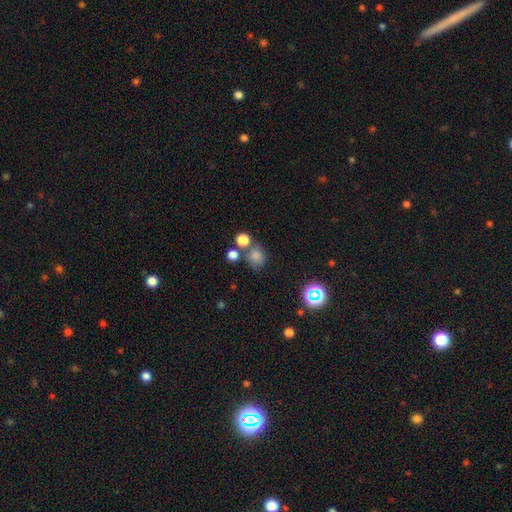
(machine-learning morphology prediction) A smooth galaxy with no disk features (75%) that is round (72%).

Vote fractions:
- Smooth or featured? smooth: 75% / star or artifact: 16% / featured or disk: 9%
- How rounded? round: 72% / in between: 27% / cigar-shaped: 1%
- Merging? none: 54% / merger: 25% / minor disturbance: 15% / major disturbance: 7%